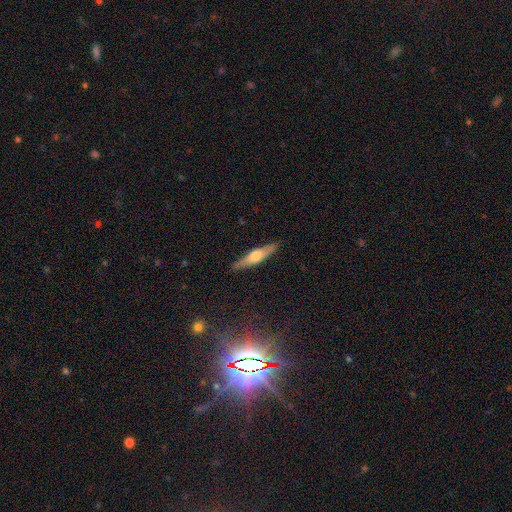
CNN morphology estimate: smooth-or-featured: featured or disk: 53% | smooth: 42% | star or artifact: 6%
  disk-edge-on: yes: 93% | no: 7%
  merging: none: 89% | minor disturbance: 8% | major disturbance: 2% | merger: 1%